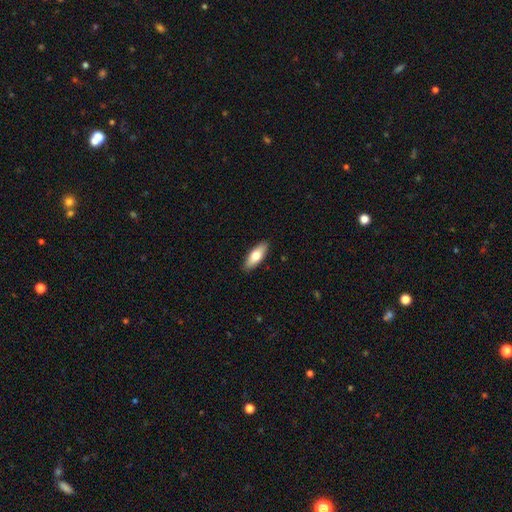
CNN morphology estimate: This appears to be a smooth galaxy with no disk features (70%) that is in between round and cigar-shaped (70%). Merging: none (90%).